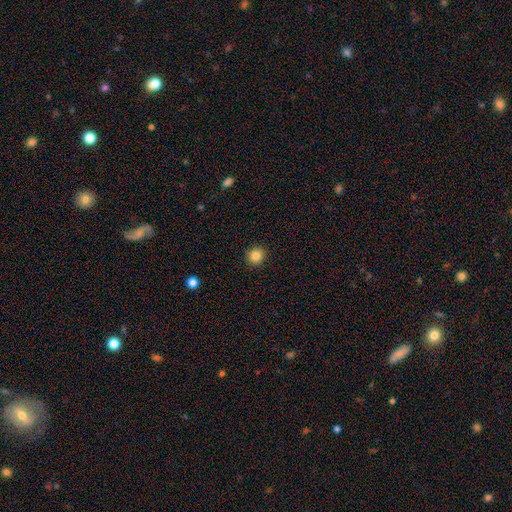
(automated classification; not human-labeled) smooth-or-featured: smooth: 85% | star or artifact: 11% | featured or disk: 4%
  how-rounded: round: 92% | in between: 7% | cigar-shaped: 1%
  merging: none: 92% | minor disturbance: 5% | major disturbance: 2% | merger: 1%